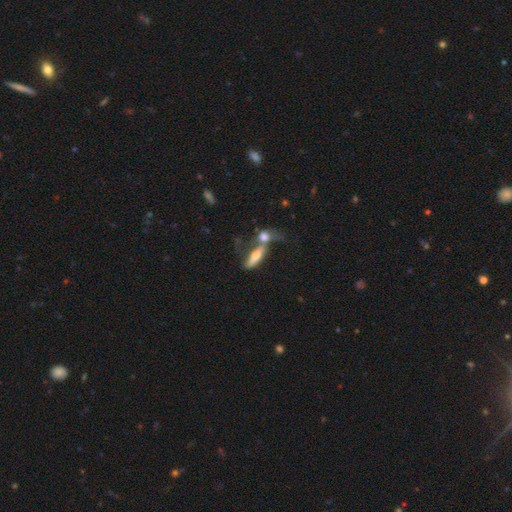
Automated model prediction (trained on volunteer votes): A smooth galaxy with no disk features (48%).

Vote fractions:
- Smooth or featured? smooth: 48% / featured or disk: 41% / star or artifact: 11%
- Merging? merger: 61% / none: 18% / major disturbance: 13% / minor disturbance: 9%